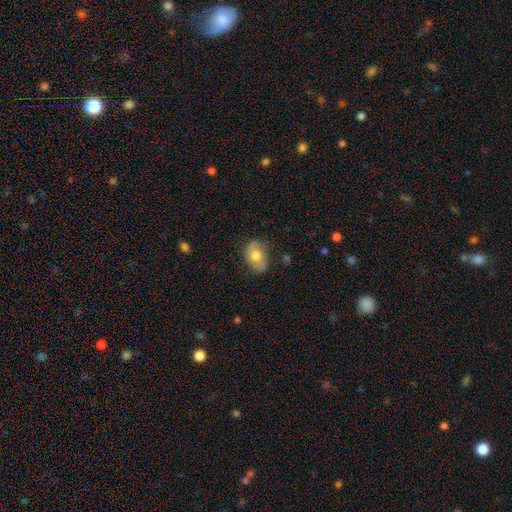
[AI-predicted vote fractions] Overall: smooth (69%). How rounded: in between (75%). Merging: none (72%).